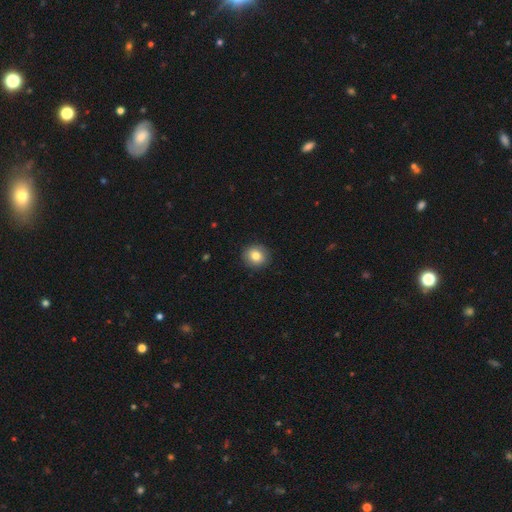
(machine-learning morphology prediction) smooth 81%, featured or disk 10%, star or artifact 9%. Down the decision tree: how rounded — round (86%); merging — none (90%).